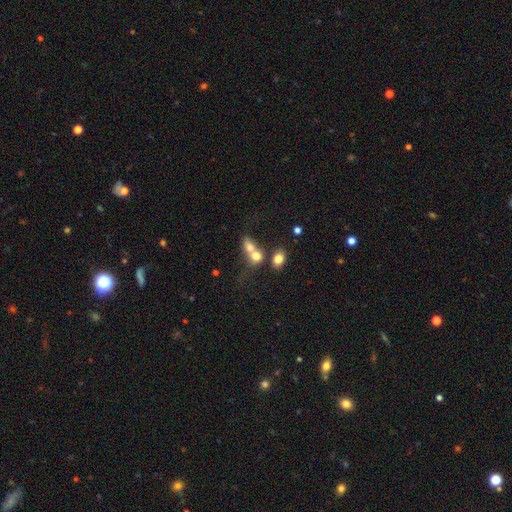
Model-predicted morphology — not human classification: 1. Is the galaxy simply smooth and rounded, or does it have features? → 71% smooth, 17% featured or disk, 11% star or artifact.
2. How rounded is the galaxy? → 50% in between, 47% round, 3% cigar-shaped.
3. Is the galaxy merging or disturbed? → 64% merger, 22% none, 7% minor disturbance, 6% major disturbance.